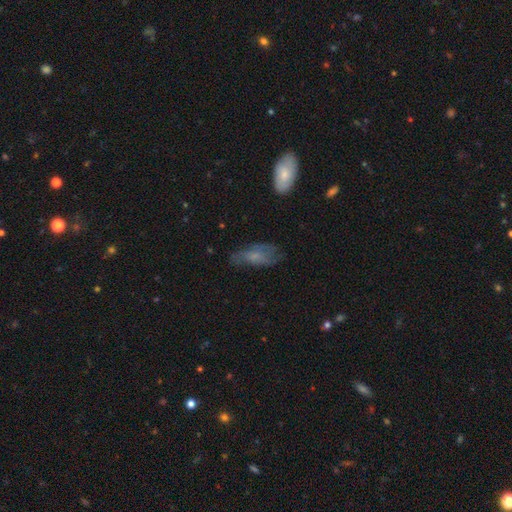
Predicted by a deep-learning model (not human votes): The model was most divided on "smooth or featured": smooth: 54%, featured or disk: 37%, star or artifact: 9%. More confident: how rounded — in between (81%); merging — none (52%).